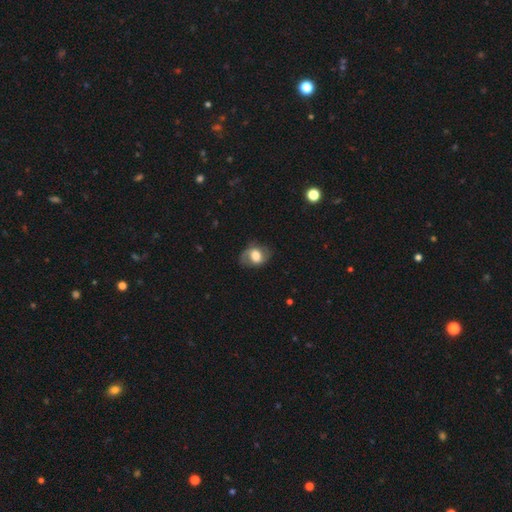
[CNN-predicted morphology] smooth_or_featured: smooth (p=0.47) [alt: featured or disk p=0.45]
merging: none (p=0.69) [alt: minor disturbance p=0.20]